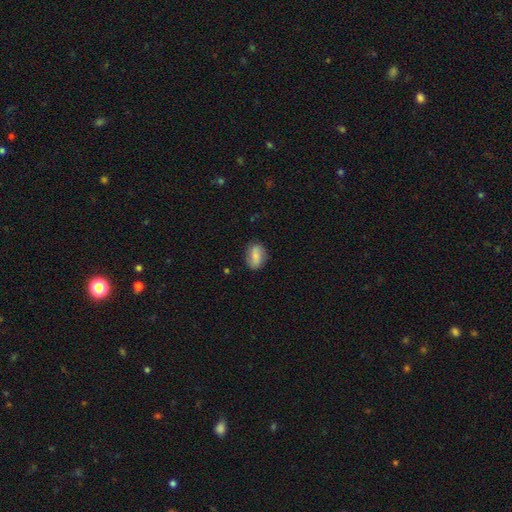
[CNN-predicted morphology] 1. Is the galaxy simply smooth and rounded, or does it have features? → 79% smooth, 14% featured or disk, 7% star or artifact.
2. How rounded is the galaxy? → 83% in between, 14% round, 3% cigar-shaped.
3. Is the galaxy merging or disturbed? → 80% none, 16% minor disturbance, 3% major disturbance, 1% merger.